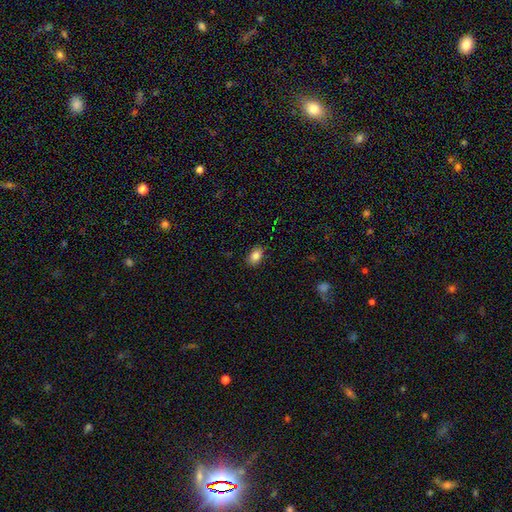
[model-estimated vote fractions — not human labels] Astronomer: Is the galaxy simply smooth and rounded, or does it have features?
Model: smooth — 85%.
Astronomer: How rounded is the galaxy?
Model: in between — 86%.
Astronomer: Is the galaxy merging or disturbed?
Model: none — 86%.